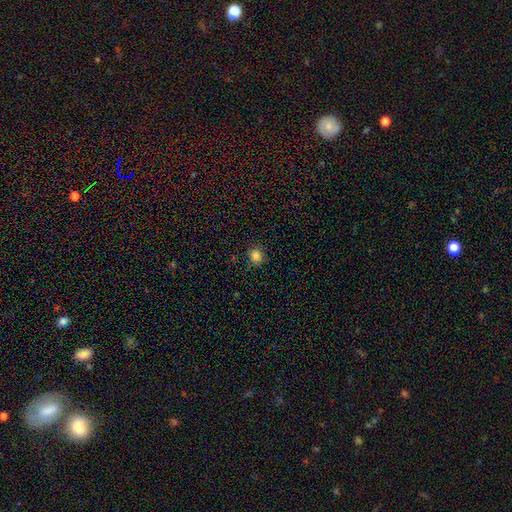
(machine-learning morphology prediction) smooth-or-featured: smooth: 83% | star or artifact: 13% | featured or disk: 4%
  how-rounded: round: 76% | in between: 23% | cigar-shaped: 1%
  merging: none: 87% | minor disturbance: 10% | major disturbance: 3% | merger: 1%